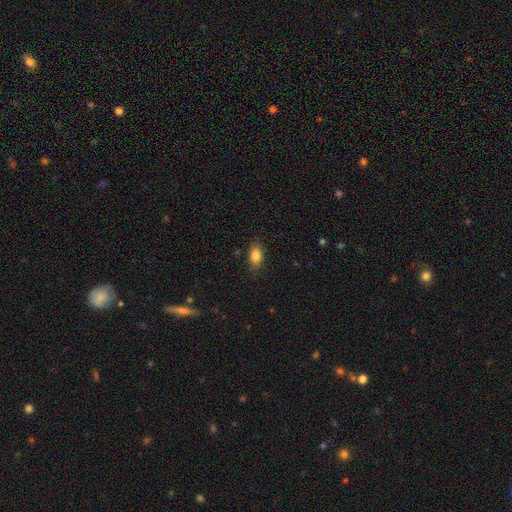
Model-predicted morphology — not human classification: This is clearly a smooth galaxy (86%). How rounded: clearly in between (88%). Merging: clearly none (84%).